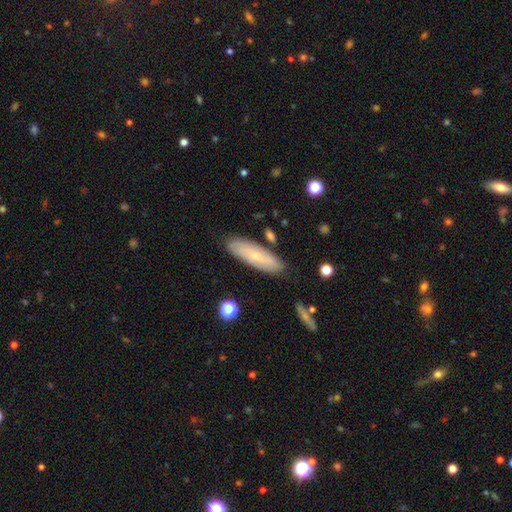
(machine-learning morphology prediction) smooth_or_featured: smooth (p=0.54) [alt: featured or disk p=0.39]
how_rounded: cigar-shaped (p=0.53) [alt: in between p=0.45]
merging: none (p=0.82) [alt: minor disturbance p=0.13]